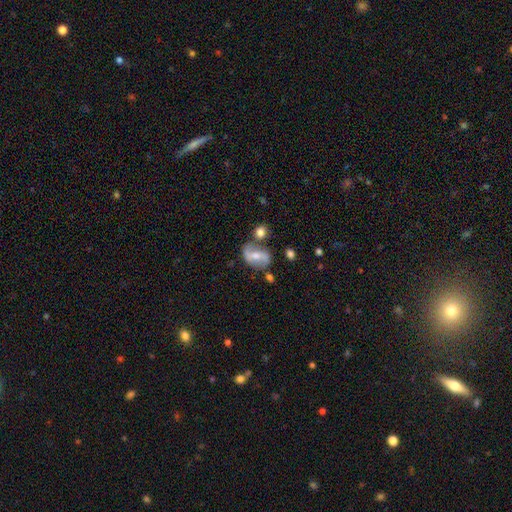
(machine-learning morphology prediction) A featured or disk galaxy (70%) with a weak bar (38%), 2 (90%) loose (48%) spiral arms (87%) and a moderate central bulge (62%). Merging: none (61%).